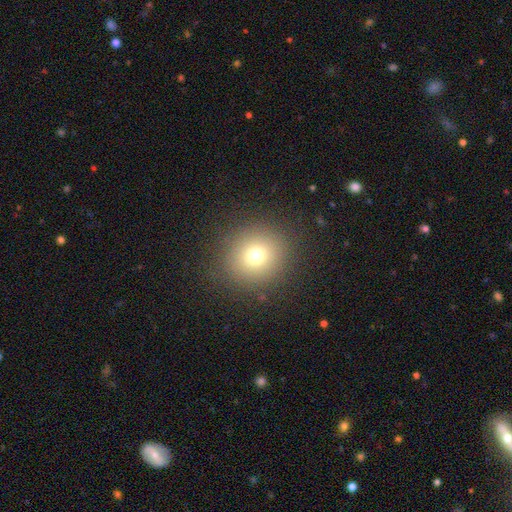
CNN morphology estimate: Q: Smooth or featured?
A: smooth (73%); runner-up: star or artifact (16%)
Q: How rounded?
A: round (88%); runner-up: in between (11%)
Q: Merging?
A: none (88%); runner-up: minor disturbance (7%)